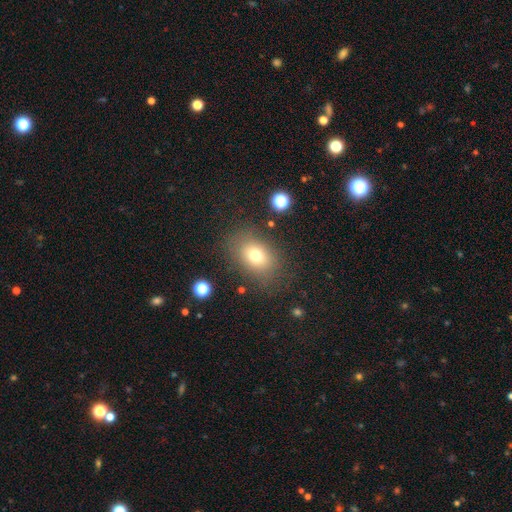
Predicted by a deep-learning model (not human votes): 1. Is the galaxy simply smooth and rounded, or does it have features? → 73% smooth, 14% featured or disk, 14% star or artifact.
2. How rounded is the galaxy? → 69% in between, 30% round, 1% cigar-shaped.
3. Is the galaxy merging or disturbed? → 77% none, 13% minor disturbance, 7% major disturbance, 2% merger.